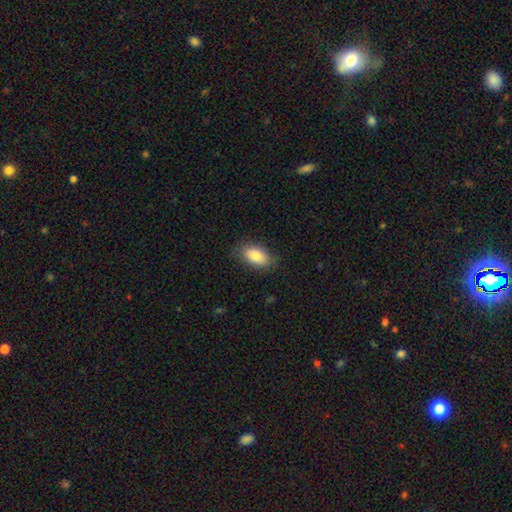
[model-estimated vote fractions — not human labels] A smooth galaxy with no disk features (84%) that is in between round and cigar-shaped (92%).

Vote fractions:
- Smooth or featured? smooth: 84% / featured or disk: 9% / star or artifact: 7%
- How rounded? in between: 92% / round: 5% / cigar-shaped: 3%
- Merging? none: 82% / minor disturbance: 13% / major disturbance: 3% / merger: 1%